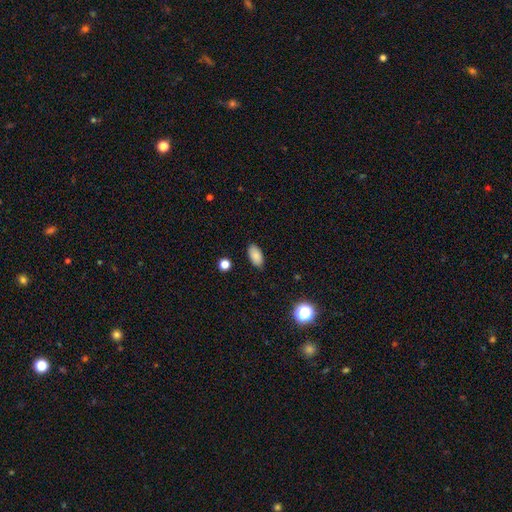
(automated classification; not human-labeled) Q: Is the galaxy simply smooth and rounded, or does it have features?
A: smooth — 86%.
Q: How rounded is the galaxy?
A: in between — 93%.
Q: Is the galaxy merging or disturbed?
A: none — 87%.